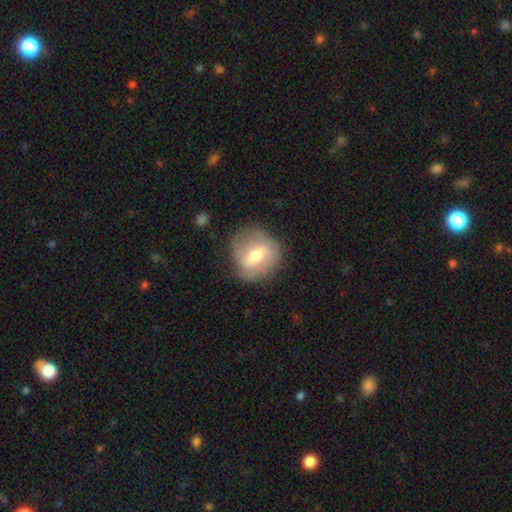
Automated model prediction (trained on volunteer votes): This is possibly a featured or disk galaxy (50%). It is clearly not viewed edge-on (95%). Merging: likely none (75%).